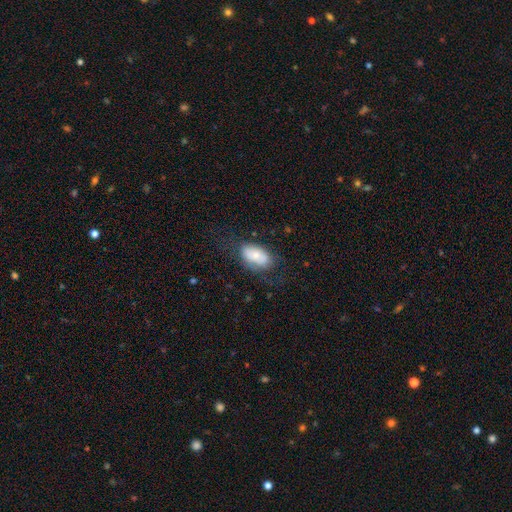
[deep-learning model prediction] Smooth or featured? Predicted: smooth (p=0.71). How rounded? Predicted: in between (p=0.93). Merging? Predicted: none (p=0.63).